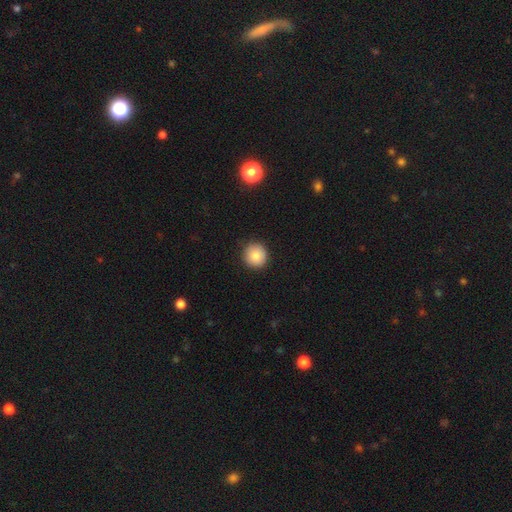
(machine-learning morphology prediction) smooth_or_featured: smooth (p=0.83) [alt: star or artifact p=0.09]
how_rounded: round (p=0.93) [alt: in between p=0.06]
merging: none (p=0.89) [alt: minor disturbance p=0.08]